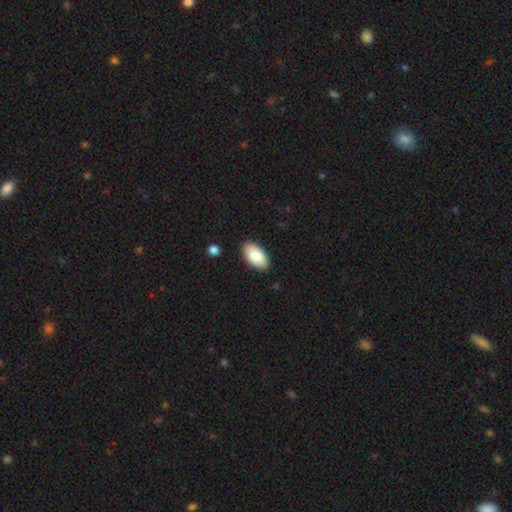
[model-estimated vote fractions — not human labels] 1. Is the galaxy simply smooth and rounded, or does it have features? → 84% smooth, 10% featured or disk, 6% star or artifact.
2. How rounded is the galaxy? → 96% in between, 2% round, 2% cigar-shaped.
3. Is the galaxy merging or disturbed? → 88% none, 9% minor disturbance, 2% major disturbance, 1% merger.